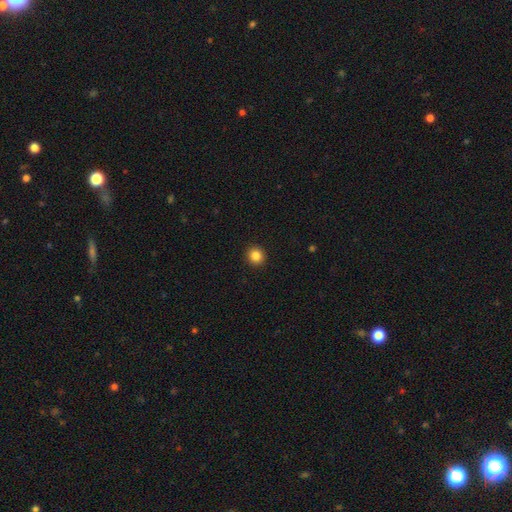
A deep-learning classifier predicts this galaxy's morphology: smooth-or-featured: smooth: 85% | star or artifact: 11% | featured or disk: 4%
  how-rounded: round: 89% | in between: 10% | cigar-shaped: 1%
  merging: none: 93% | minor disturbance: 5% | major disturbance: 2% | merger: 1%